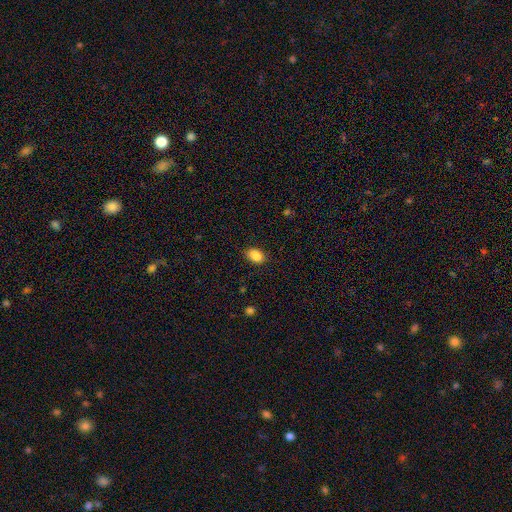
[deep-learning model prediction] This is clearly a smooth galaxy (88%). How rounded: clearly in between (81%). Merging: clearly none (84%).